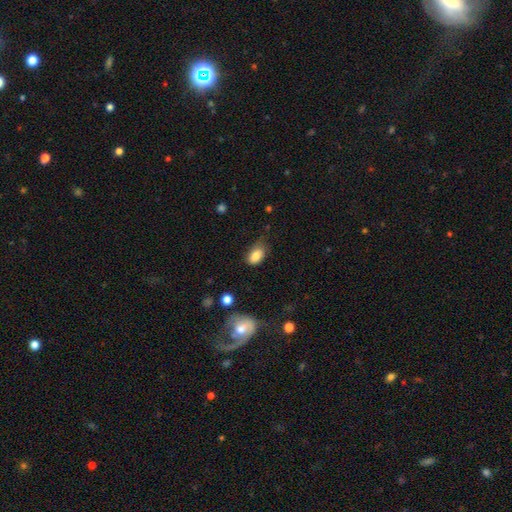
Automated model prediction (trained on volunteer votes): smooth 84%, featured or disk 8%, star or artifact 8%. Down the decision tree: how rounded — in between (87%); merging — none (50%).